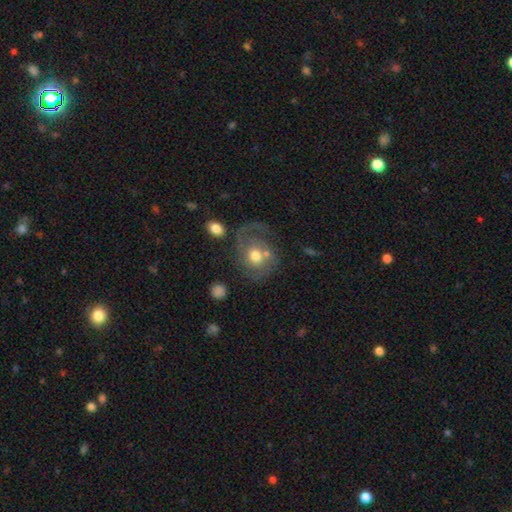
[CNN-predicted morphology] featured or disk 62%, smooth 30%, star or artifact 8%. Down the decision tree: edge-on disk — no (97%); bar — no (79%); spiral arms — yes (80%); bulge size — moderate (70%); merging — none (43%).